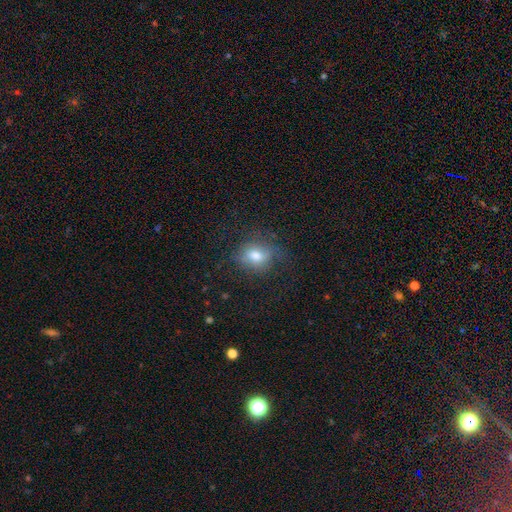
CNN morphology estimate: The model was most divided on "how rounded": round: 58%, in between: 40%, cigar-shaped: 2%. More confident: merging — none (67%); smooth or featured — smooth (65%).